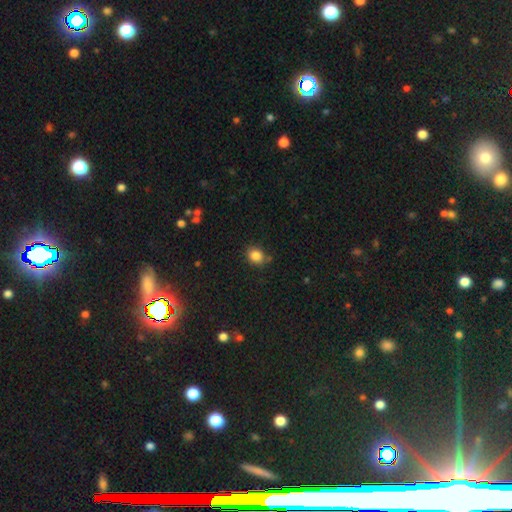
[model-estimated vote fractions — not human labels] Smooth or featured? Predicted: smooth (p=0.84). How rounded? Predicted: round (p=0.59). Merging? Predicted: none (p=0.77).